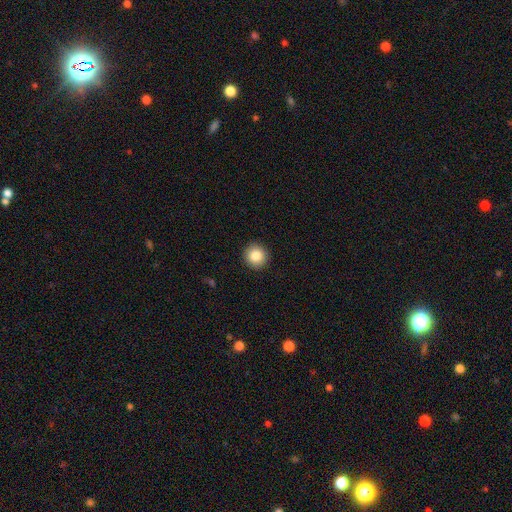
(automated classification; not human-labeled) Smooth or featured: smooth — 85% (star or artifact — 9%)
How rounded: round — 94% (in between — 5%)
Merging: none — 93% (minor disturbance — 5%)